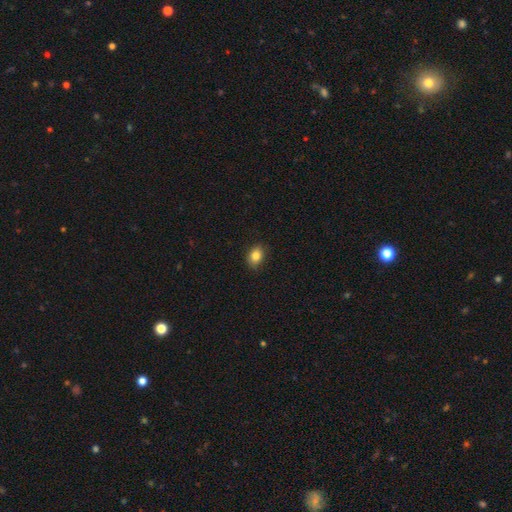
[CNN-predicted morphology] This is clearly a smooth galaxy (84%). How rounded: likely in between (65%). Merging: clearly none (86%).